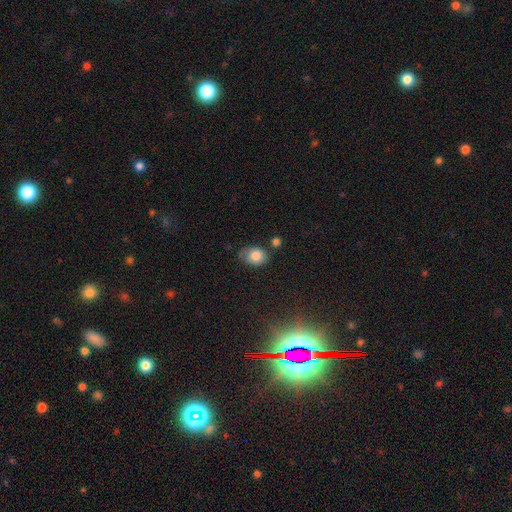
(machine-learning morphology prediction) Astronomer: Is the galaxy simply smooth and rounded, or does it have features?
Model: smooth — 80%.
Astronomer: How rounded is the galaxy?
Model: in between — 70%.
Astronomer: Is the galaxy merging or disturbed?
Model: none — 59%.